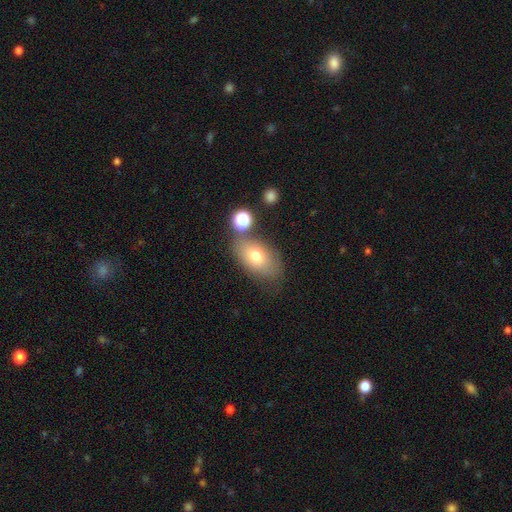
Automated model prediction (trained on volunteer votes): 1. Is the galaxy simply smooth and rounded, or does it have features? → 72% smooth, 18% featured or disk, 10% star or artifact.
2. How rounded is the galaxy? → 88% in between, 9% round, 2% cigar-shaped.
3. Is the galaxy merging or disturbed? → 64% none, 18% minor disturbance, 11% merger, 6% major disturbance.